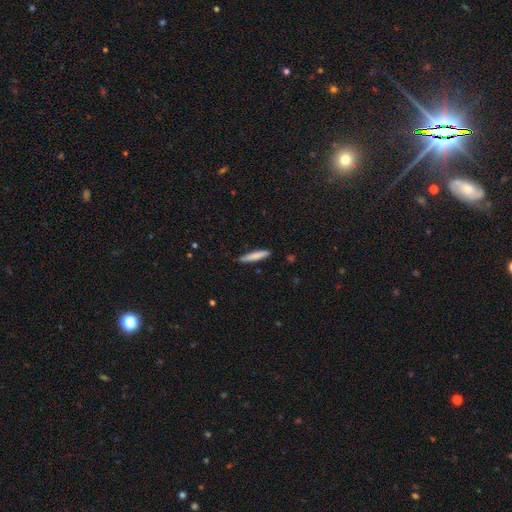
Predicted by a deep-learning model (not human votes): This appears to be a smooth galaxy with no disk features (80%) that is cigar-shaped (91%). Merging: none (84%).